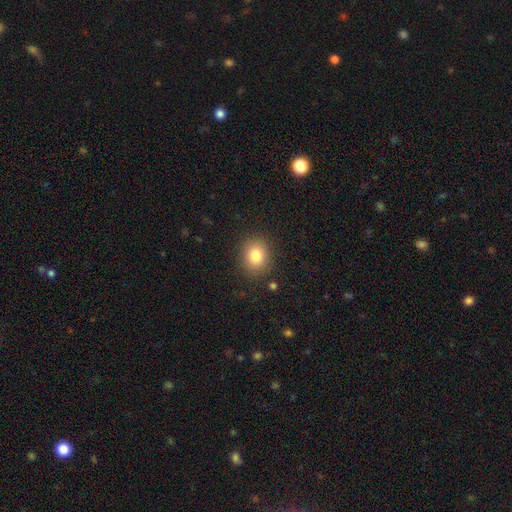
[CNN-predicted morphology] This is clearly a smooth galaxy (81%). How rounded: likely round (70%). Merging: clearly none (88%).